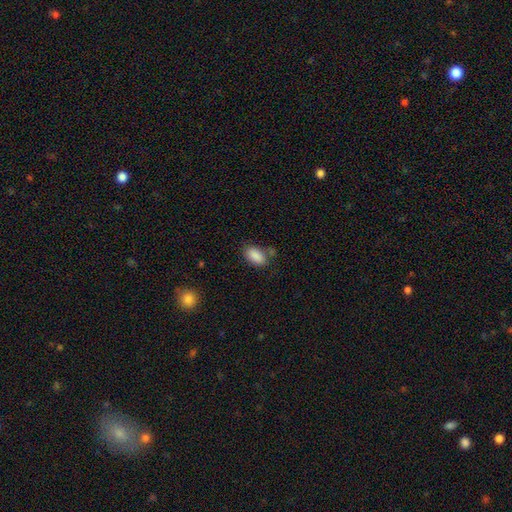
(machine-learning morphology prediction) Overall: smooth (88%). How rounded: in between (92%). Merging: none (69%).